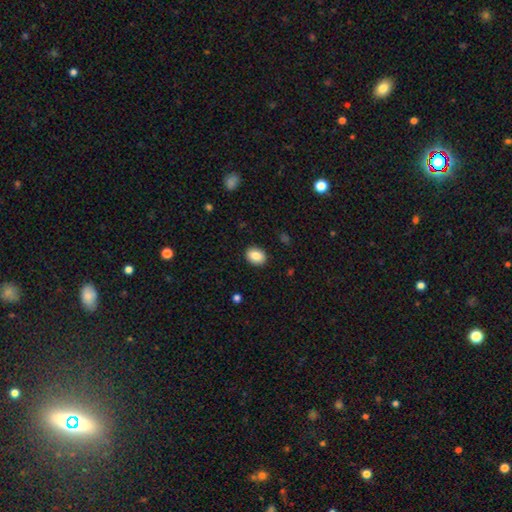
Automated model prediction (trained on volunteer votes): Overall: smooth (86%). How rounded: in between (62%; round 38%). Merging: none (90%).